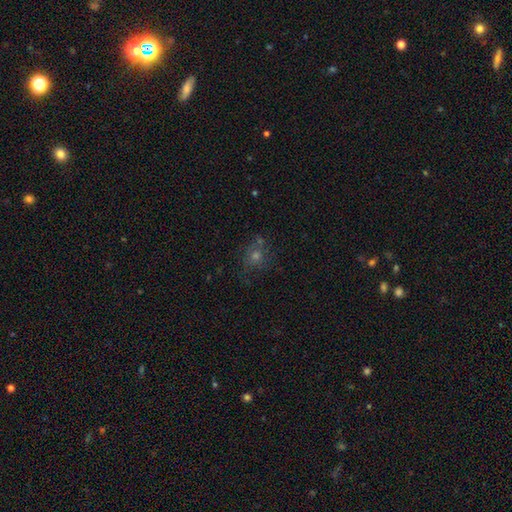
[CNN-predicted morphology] This is possibly a smooth galaxy (46%). Merging: likely none (68%).